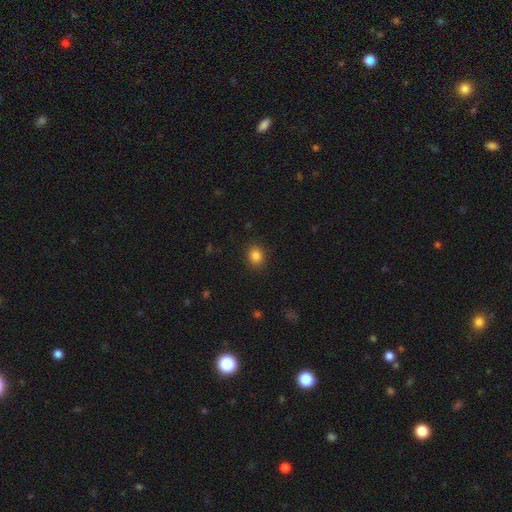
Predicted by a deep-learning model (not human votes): Smooth or featured: smooth — 85% (star or artifact — 11%)
How rounded: round — 66% (in between — 33%)
Merging: none — 88% (minor disturbance — 8%)